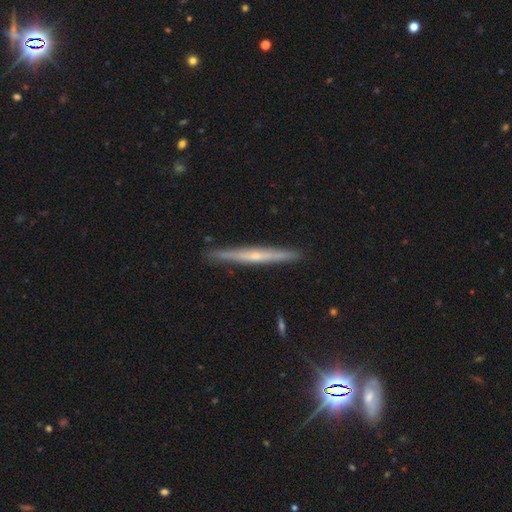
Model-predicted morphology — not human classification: Smooth or featured? Predicted: featured or disk (p=0.67). Edge-on disk? Predicted: yes (p=0.97). Edge-on bulge? Predicted: rounded (p=0.55). Merging? Predicted: none (p=0.91).